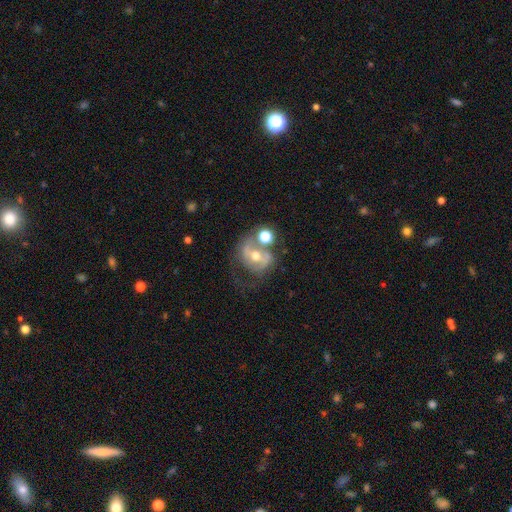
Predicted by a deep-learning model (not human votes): Smooth or featured: featured or disk — 62% (smooth — 27%)
Edge-on disk: no — 96% (yes — 4%)
Bar: no — 40% (weak — 33%)
Spiral arms: yes — 63% (no — 37%)
Bulge size: moderate — 69% (small — 21%)
Merging: none — 43% (merger — 22%)